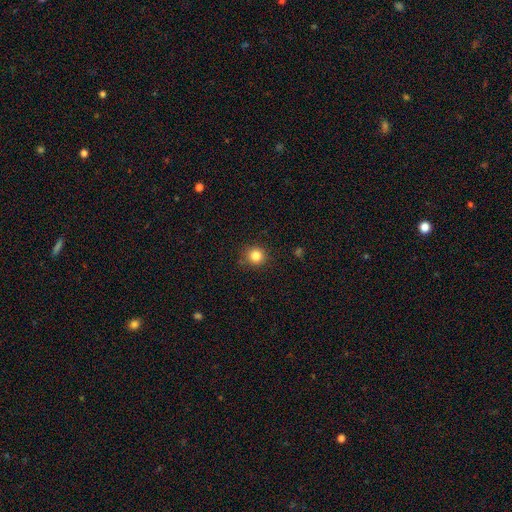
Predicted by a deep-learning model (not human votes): This appears to be a smooth galaxy with no disk features (83%) that is round (93%). Merging: none (89%).